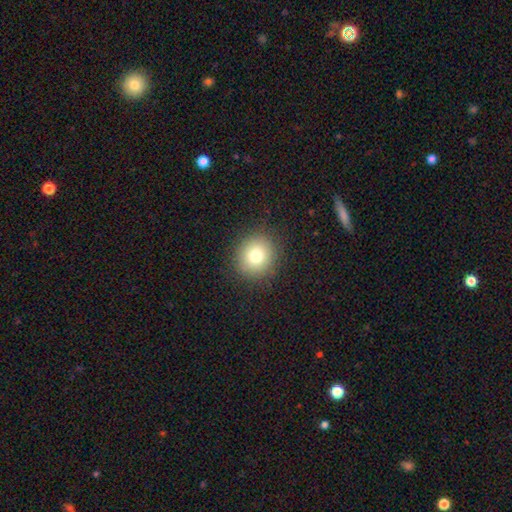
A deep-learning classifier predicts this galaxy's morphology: smooth-or-featured: smooth: 77% | star or artifact: 13% | featured or disk: 10%
  how-rounded: round: 88% | in between: 12% | cigar-shaped: 1%
  merging: none: 89% | minor disturbance: 7% | major disturbance: 3% | merger: 1%